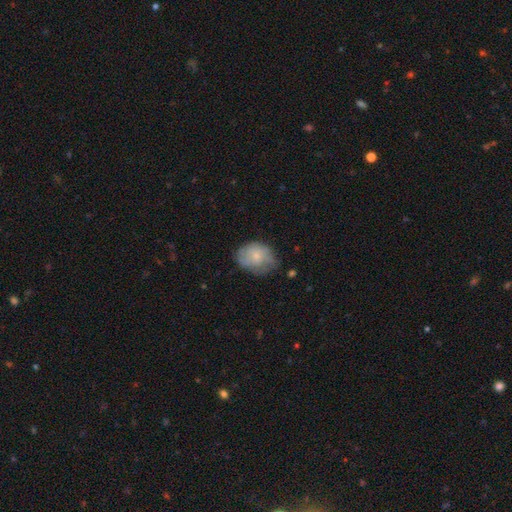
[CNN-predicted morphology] A smooth galaxy with no disk features (58%) that is in between round and cigar-shaped (60%). Merging: none (57%).